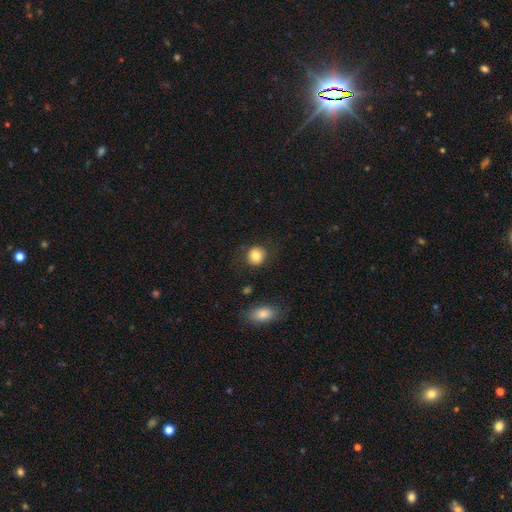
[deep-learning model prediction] Smooth or featured? Predicted: smooth (p=0.82). How rounded? Predicted: round (p=0.83). Merging? Predicted: none (p=0.85).